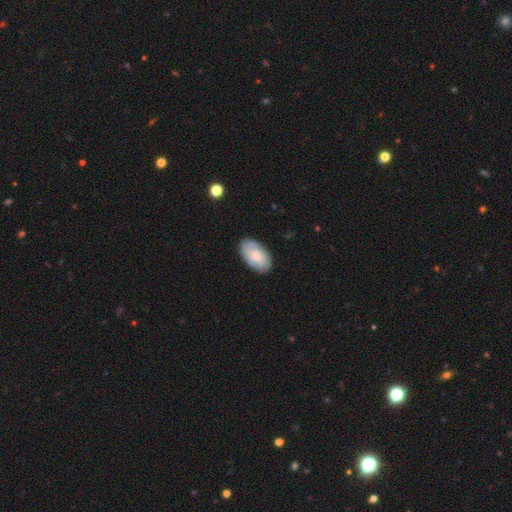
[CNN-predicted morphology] smooth 58%, featured or disk 35%, star or artifact 7%. Down the decision tree: how rounded — in between (94%); merging — none (80%).